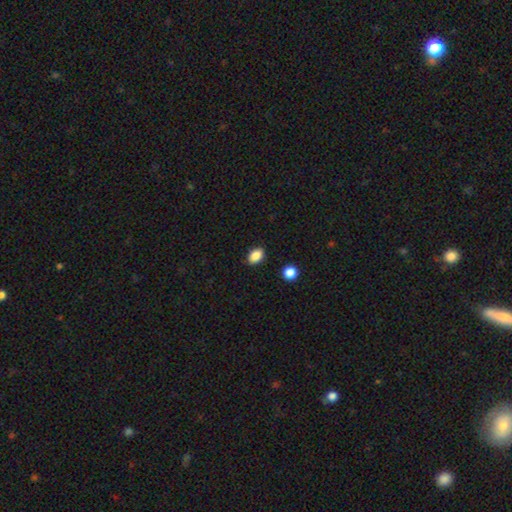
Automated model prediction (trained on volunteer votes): This appears to be a smooth galaxy with no disk features (87%) that is in between round and cigar-shaped (78%). Merging: none (88%).